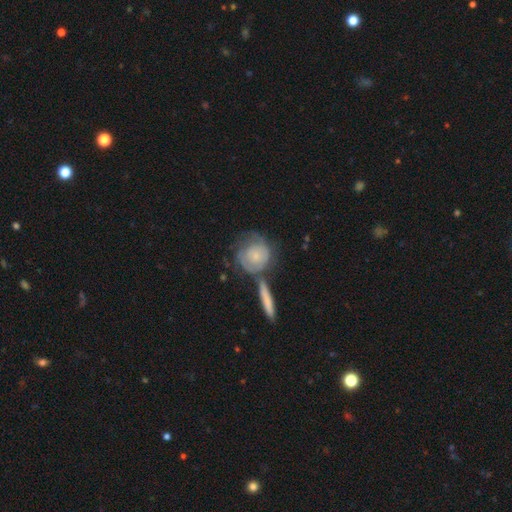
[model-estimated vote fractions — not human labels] Overall: featured or disk (51%; smooth 43%). Edge-on disk: no (94%). Merging: none (43%; merger 22%).